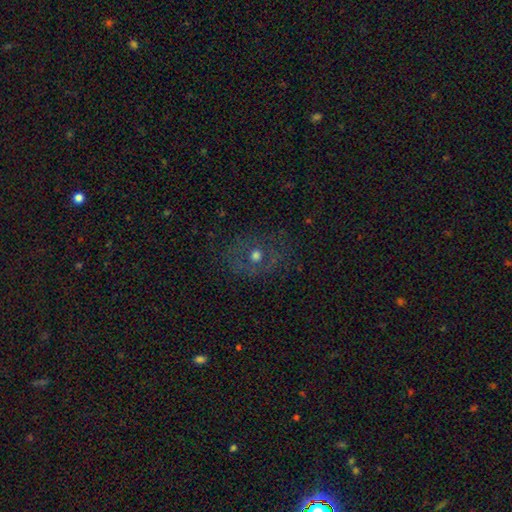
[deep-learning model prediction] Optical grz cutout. It shows a smooth galaxy with no disk features (45%). Merging: none (75%).